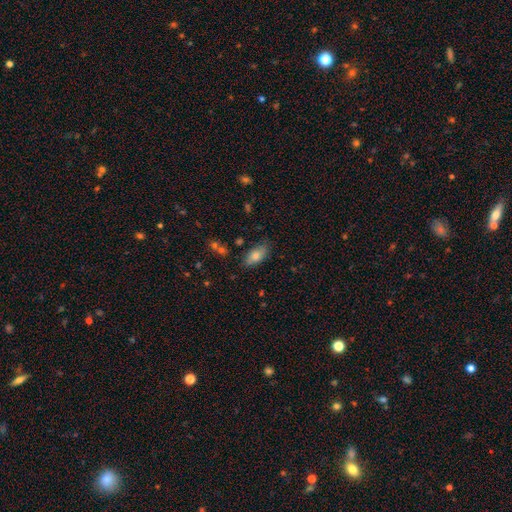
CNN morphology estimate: The model was most divided on "merging": none: 78%, minor disturbance: 16%, major disturbance: 3%, merger: 3%. More confident: how rounded — in between (87%); smooth or featured — smooth (78%).